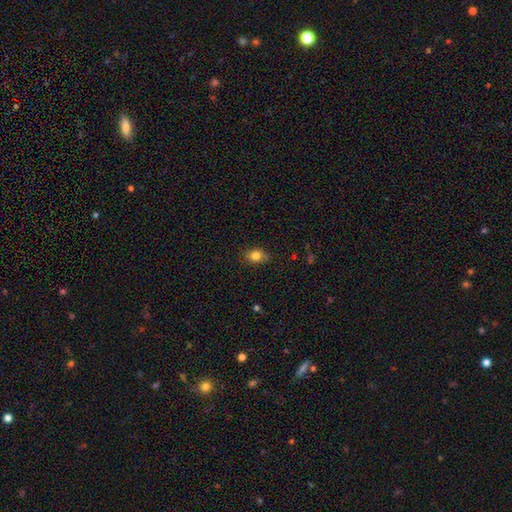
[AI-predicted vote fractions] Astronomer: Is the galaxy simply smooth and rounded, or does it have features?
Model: smooth — 83%.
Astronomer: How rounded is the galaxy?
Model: in between — 63%.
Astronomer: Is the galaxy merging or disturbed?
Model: none — 79%.